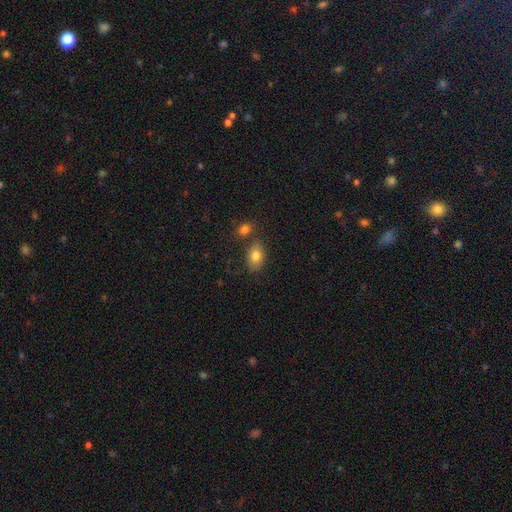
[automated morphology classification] Q: Smooth or featured?
A: smooth (81%); runner-up: featured or disk (10%)
Q: How rounded?
A: in between (83%); runner-up: round (16%)
Q: Merging?
A: none (71%); runner-up: merger (13%)